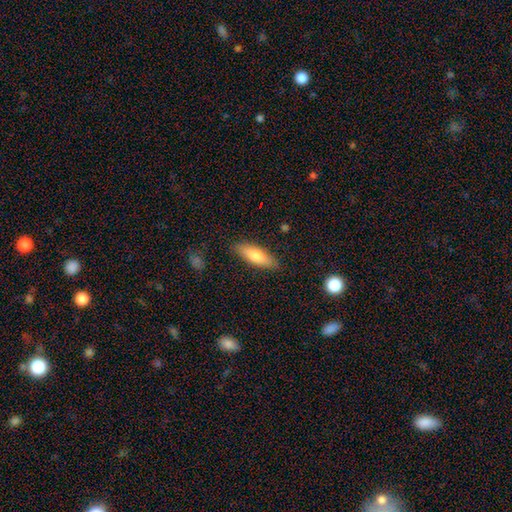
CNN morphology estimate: A smooth galaxy with no disk features (72%) that is in between round and cigar-shaped (52%). Merging: none (87%).